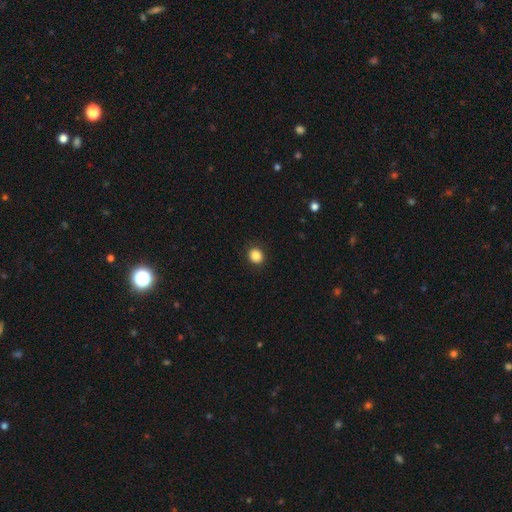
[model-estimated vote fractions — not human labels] This appears to be a smooth galaxy with no disk features (86%) that is round (82%). Merging: none (91%).